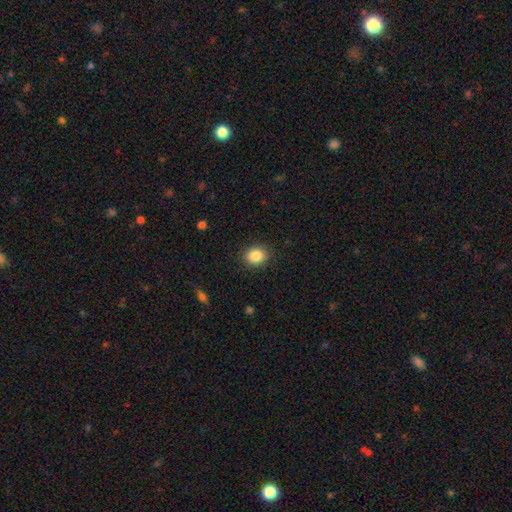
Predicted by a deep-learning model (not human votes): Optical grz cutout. It shows a smooth galaxy with no disk features (86%) that is round (63%). Merging: none (88%).